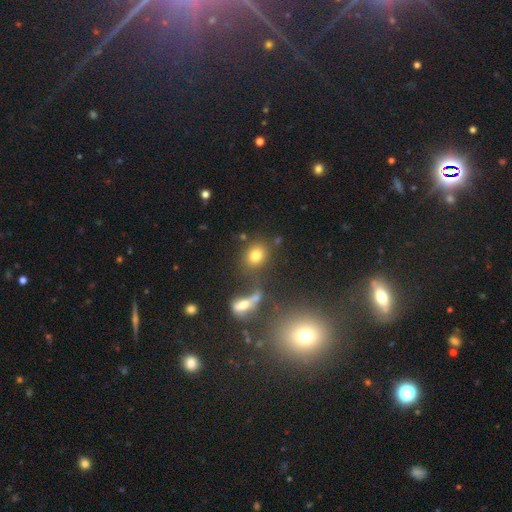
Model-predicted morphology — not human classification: smooth-or-featured: smooth: 75% | star or artifact: 14% | featured or disk: 11%
  how-rounded: round: 60% | in between: 38% | cigar-shaped: 2%
  merging: none: 64% | merger: 18% | minor disturbance: 11% | major disturbance: 7%